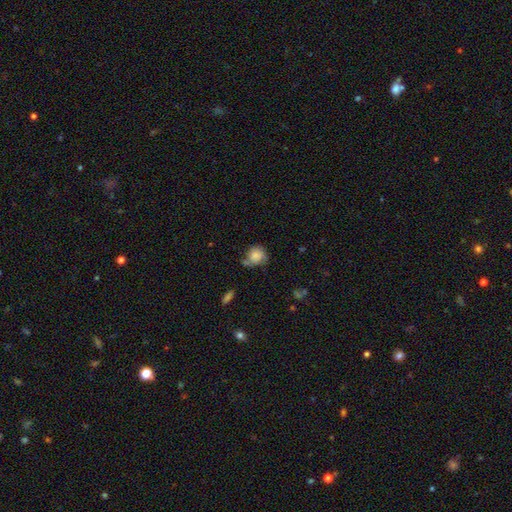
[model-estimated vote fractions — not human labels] Q: Smooth or featured?
A: smooth (78%); runner-up: featured or disk (14%)
Q: How rounded?
A: round (80%); runner-up: in between (19%)
Q: Merging?
A: none (48%); runner-up: minor disturbance (26%)